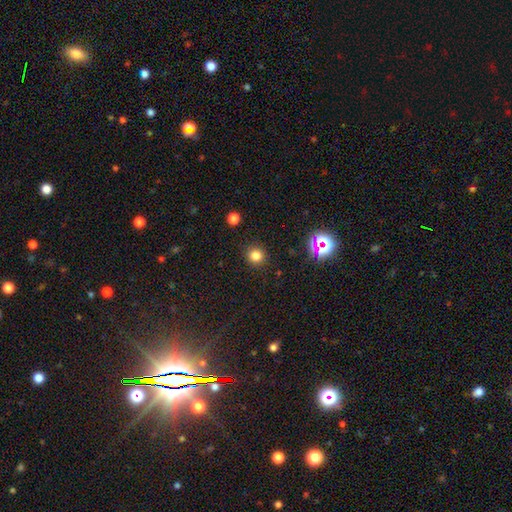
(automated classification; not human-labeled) A smooth galaxy with no disk features (78%) that is round (90%).

Vote fractions:
- Smooth or featured? smooth: 78% / star or artifact: 17% / featured or disk: 5%
- How rounded? round: 90% / in between: 9% / cigar-shaped: 1%
- Merging? none: 90% / minor disturbance: 6% / major disturbance: 2% / merger: 1%